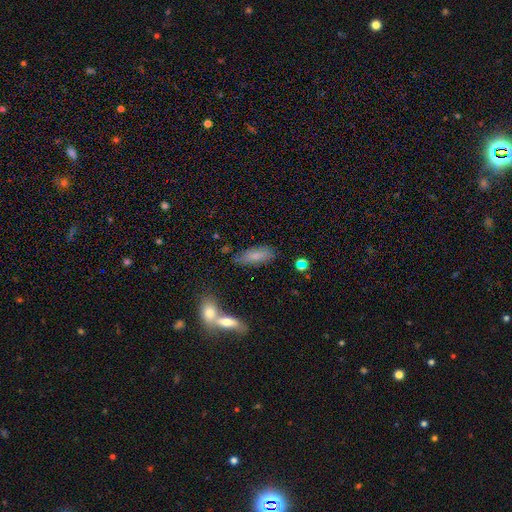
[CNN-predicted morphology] Smooth or featured?
  - smooth: 76% *
  - featured or disk: 17%
  - star or artifact: 8%
How rounded?
  - in between: 67% *
  - cigar-shaped: 31%
  - round: 3%
Merging?
  - none: 67% *
  - minor disturbance: 18%
  - merger: 9%
  - major disturbance: 5%